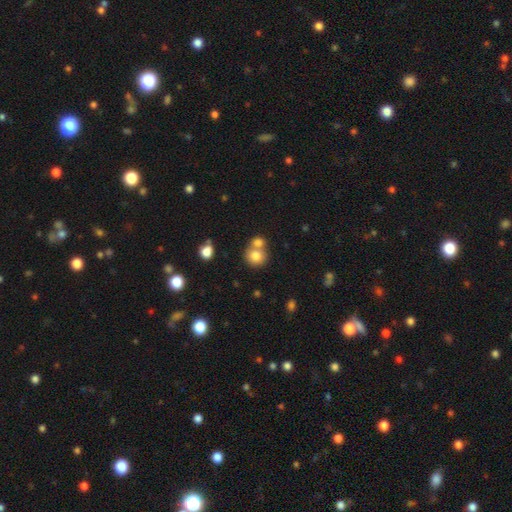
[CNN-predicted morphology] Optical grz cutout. It shows a smooth galaxy with no disk features (78%) that is round (85%). Merging: none (45%, tied with merger).